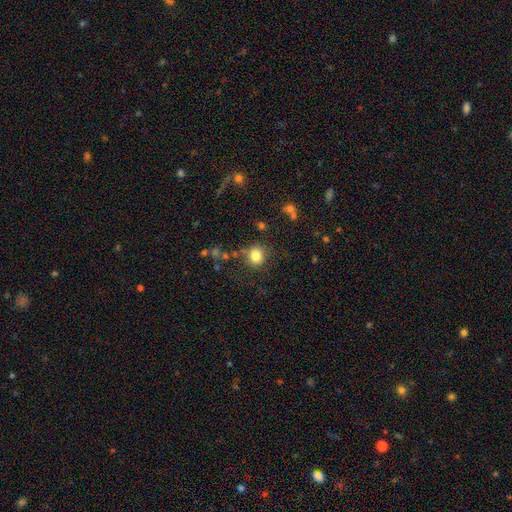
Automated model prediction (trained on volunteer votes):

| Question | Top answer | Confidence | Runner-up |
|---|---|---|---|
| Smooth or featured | smooth | 82% | star or artifact (12%) |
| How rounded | round | 84% | in between (15%) |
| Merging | none | 78% | minor disturbance (13%) |